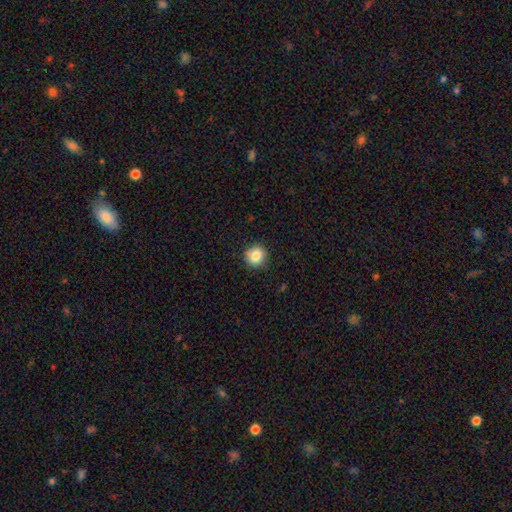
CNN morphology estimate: smooth_or_featured: smooth (p=0.84) [alt: star or artifact p=0.10]
how_rounded: round (p=0.91) [alt: in between p=0.08]
merging: none (p=0.88) [alt: minor disturbance p=0.09]